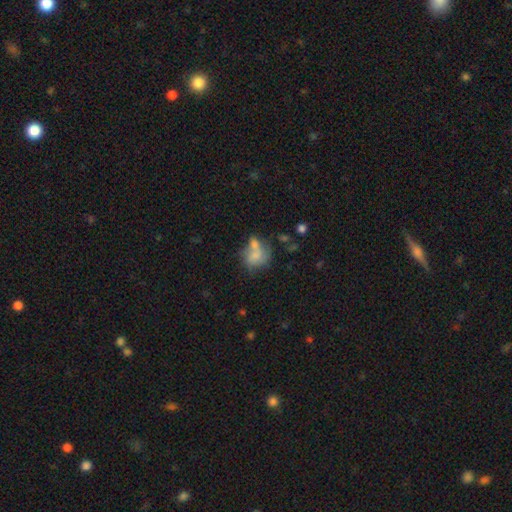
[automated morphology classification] This is possibly a smooth galaxy (59%). How rounded: possibly in between (50%). Merging: marginally merger (43%).